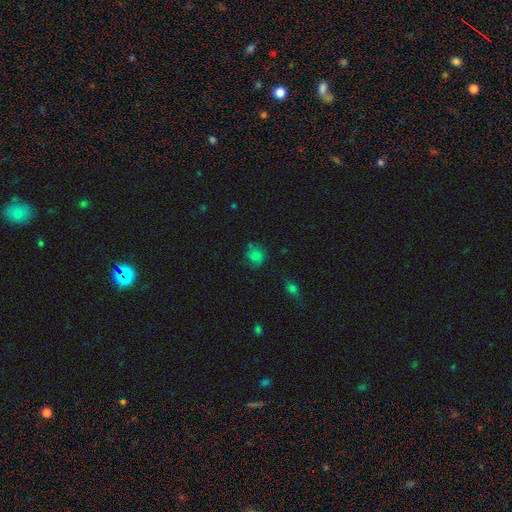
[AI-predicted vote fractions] A smooth galaxy with no disk features (76%) that is round (70%).

Vote fractions:
- Smooth or featured? smooth: 76% / star or artifact: 14% / featured or disk: 10%
- How rounded? round: 70% / in between: 29% / cigar-shaped: 1%
- Merging? none: 64% / minor disturbance: 24% / major disturbance: 9% / merger: 3%